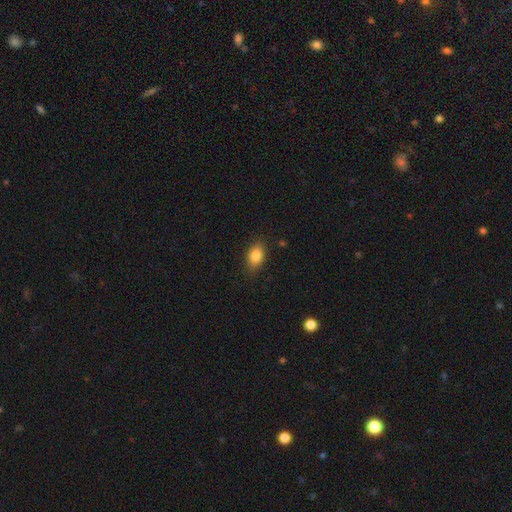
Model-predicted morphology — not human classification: The model was most divided on "merging": none: 82%, minor disturbance: 14%, major disturbance: 3%, merger: 1%. More confident: smooth or featured — smooth (84%); how rounded — in between (83%).